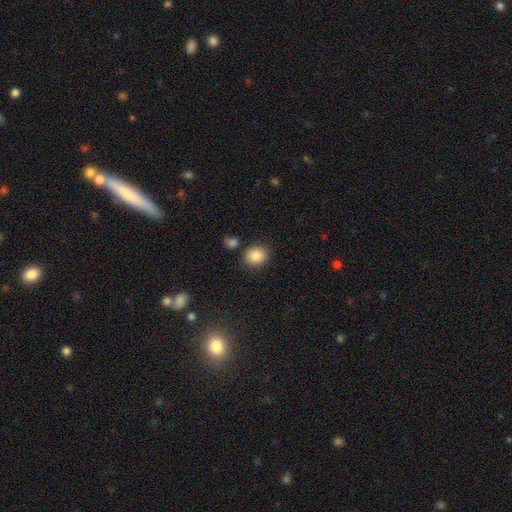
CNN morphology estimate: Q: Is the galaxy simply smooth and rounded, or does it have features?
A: smooth — 87%.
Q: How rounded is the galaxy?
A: round — 74%.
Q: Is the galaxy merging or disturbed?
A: none — 83%.